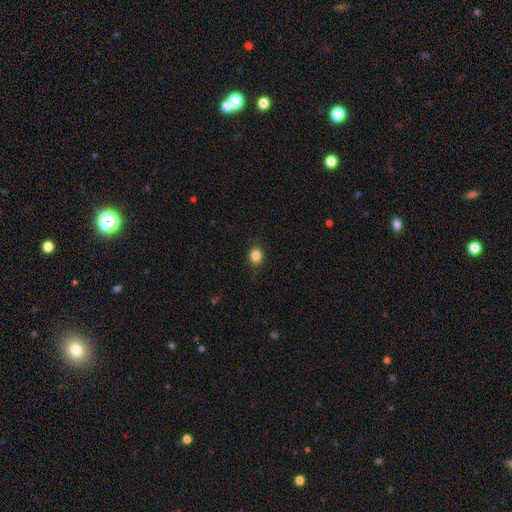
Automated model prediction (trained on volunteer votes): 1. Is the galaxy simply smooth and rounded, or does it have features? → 84% smooth, 11% star or artifact, 5% featured or disk.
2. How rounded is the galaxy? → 58% round, 41% in between, 1% cigar-shaped.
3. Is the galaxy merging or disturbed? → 86% none, 11% minor disturbance, 3% major disturbance, 1% merger.